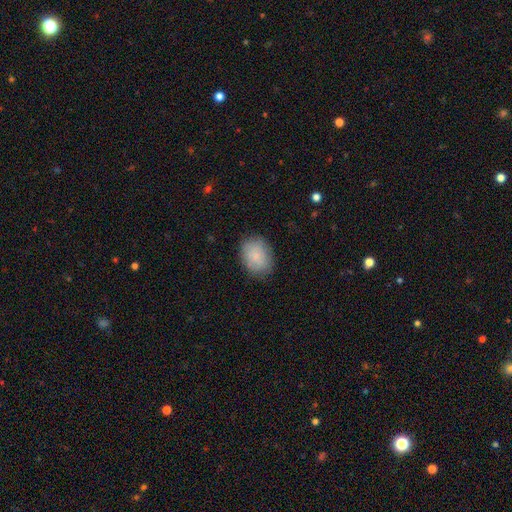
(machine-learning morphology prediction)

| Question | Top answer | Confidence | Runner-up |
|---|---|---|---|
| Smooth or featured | smooth | 82% | featured or disk (11%) |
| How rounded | in between | 66% | round (33%) |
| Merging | none | 82% | minor disturbance (14%) |